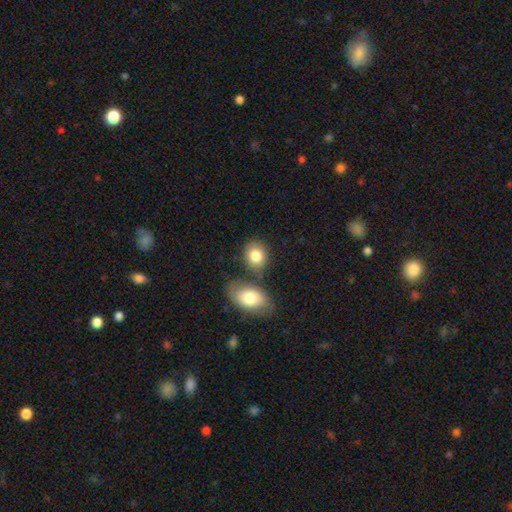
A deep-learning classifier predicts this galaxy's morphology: Q: Smooth or featured?
A: smooth (82%); runner-up: featured or disk (11%)
Q: How rounded?
A: in between (54%); runner-up: round (44%)
Q: Merging?
A: none (62%); runner-up: merger (22%)